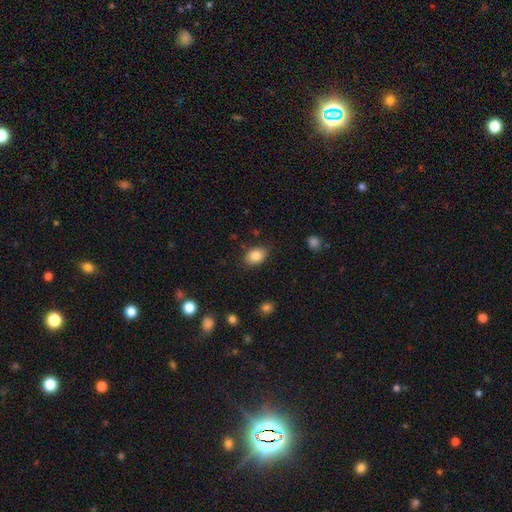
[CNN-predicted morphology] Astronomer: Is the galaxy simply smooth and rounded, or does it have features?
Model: smooth — 84%.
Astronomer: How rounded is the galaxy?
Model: in between — 80%.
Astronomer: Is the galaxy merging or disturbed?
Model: none — 85%.